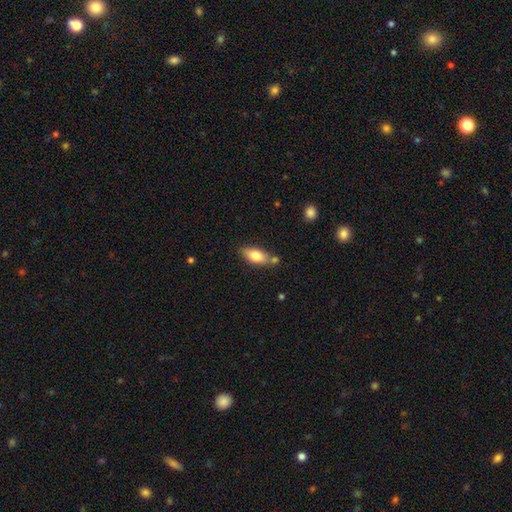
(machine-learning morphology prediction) This appears to be a smooth galaxy with no disk features (78%) that is in between round and cigar-shaped (85%). Merging: none (68%).